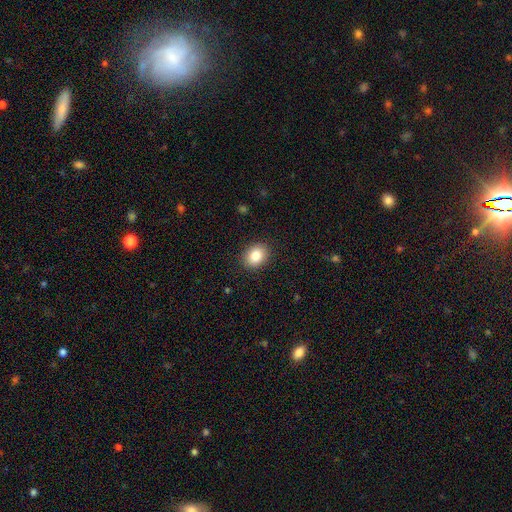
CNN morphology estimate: A smooth galaxy with no disk features (84%) that is in between round and cigar-shaped (55%).

Vote fractions:
- Smooth or featured? smooth: 84% / star or artifact: 9% / featured or disk: 7%
- How rounded? in between: 55% / round: 44% / cigar-shaped: 1%
- Merging? none: 89% / minor disturbance: 8% / major disturbance: 2% / merger: 1%